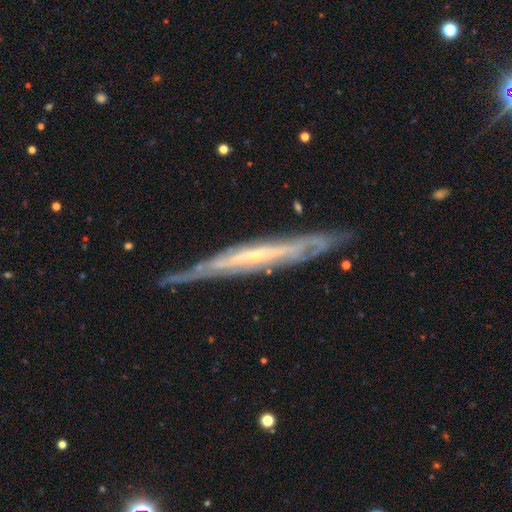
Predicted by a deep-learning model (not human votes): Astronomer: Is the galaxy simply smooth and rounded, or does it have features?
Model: featured or disk — 82%.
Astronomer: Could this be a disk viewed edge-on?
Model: yes — 74%.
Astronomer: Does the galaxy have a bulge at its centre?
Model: none — 57% (runner-up: rounded, 38%).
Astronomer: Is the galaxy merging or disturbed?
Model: none — 72%.